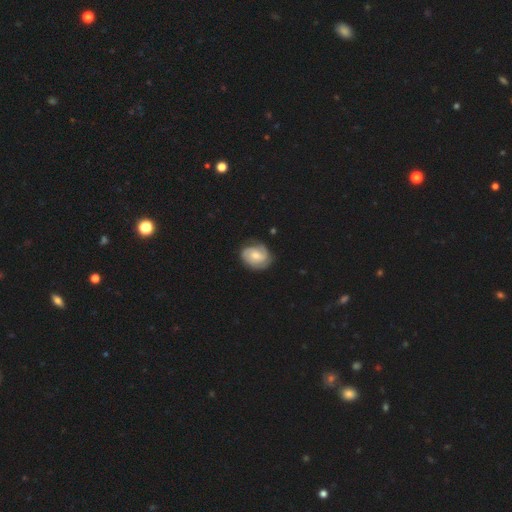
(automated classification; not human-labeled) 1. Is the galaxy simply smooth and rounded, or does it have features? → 70% featured or disk, 25% smooth, 5% star or artifact.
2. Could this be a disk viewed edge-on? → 98% no, 2% yes.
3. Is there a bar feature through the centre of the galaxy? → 57% no, 36% weak, 7% strong.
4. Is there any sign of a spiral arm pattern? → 92% yes, 8% no.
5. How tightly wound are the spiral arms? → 56% tight, 34% medium, 10% loose.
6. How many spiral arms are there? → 56% 2, 20% can't tell, 14% 3, 6% 1, 3% 4, 3% more than 4.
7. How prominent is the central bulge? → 60% moderate, 31% small, 6% large, 2% none, 1% dominant.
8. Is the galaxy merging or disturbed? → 73% none, 20% minor disturbance, 6% major disturbance, 1% merger.